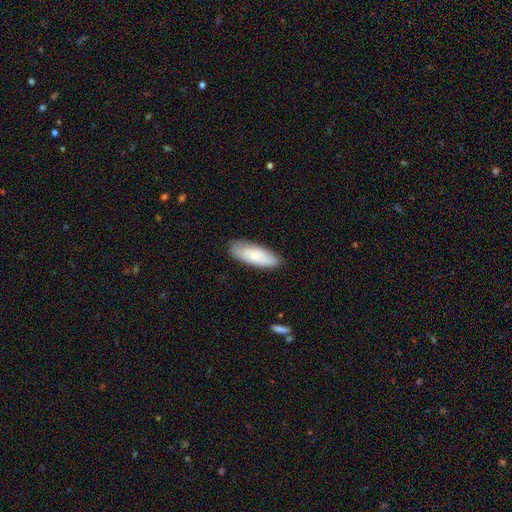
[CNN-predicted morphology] smooth-or-featured: smooth: 72% | featured or disk: 22% | star or artifact: 6%
  how-rounded: in between: 72% | cigar-shaped: 26% | round: 2%
  merging: none: 80% | minor disturbance: 16% | major disturbance: 3% | merger: 1%